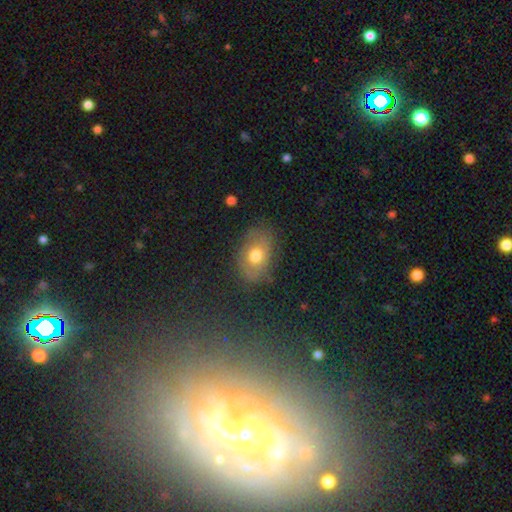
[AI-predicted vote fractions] smooth 63%, featured or disk 26%, star or artifact 11%. Down the decision tree: how rounded — in between (79%); merging — none (71%).